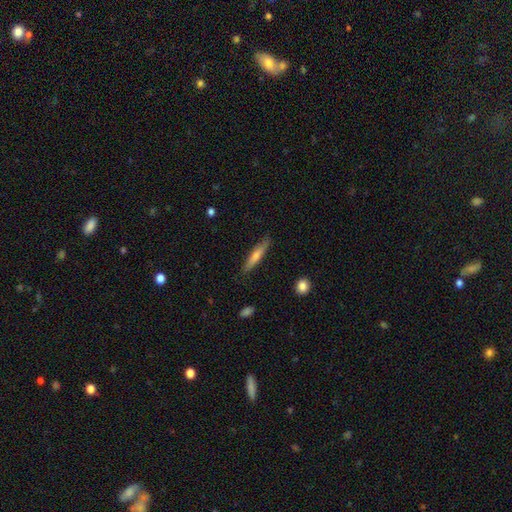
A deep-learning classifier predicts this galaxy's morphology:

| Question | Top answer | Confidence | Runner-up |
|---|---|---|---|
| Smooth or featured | smooth | 58% | featured or disk (36%) |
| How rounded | cigar-shaped | 88% | in between (10%) |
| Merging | none | 86% | minor disturbance (11%) |